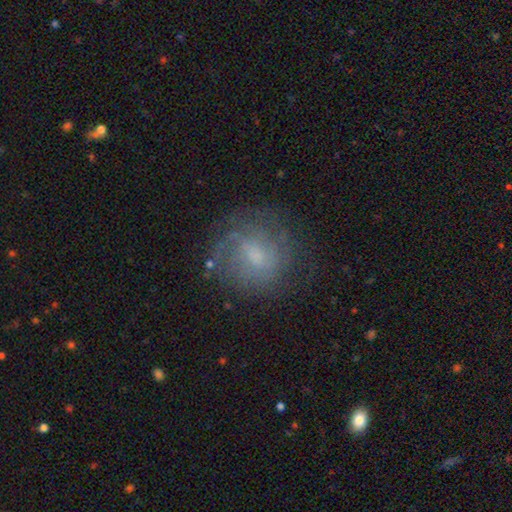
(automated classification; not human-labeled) A featured or disk galaxy (54%) with no bar (51%), spiral arms (74%) and a small central bulge (45%). Merging: none (69%).